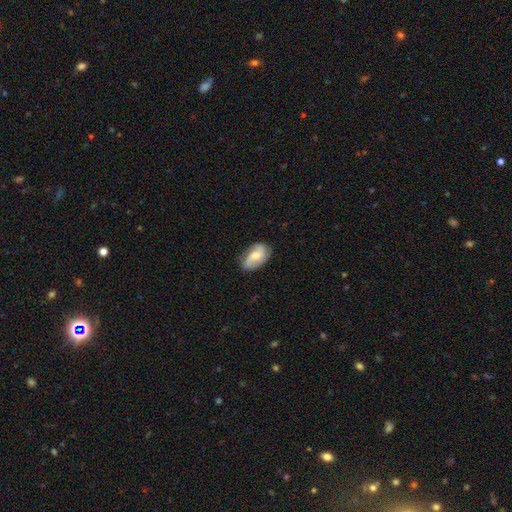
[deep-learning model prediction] The model was most divided on "bar": no: 57%, weak: 34%, strong: 9%. More confident: edge-on disk — no (96%); spiral arms — yes (89%); merging — none (72%); bulge size — moderate (59%); smooth or featured — featured or disk (58%).